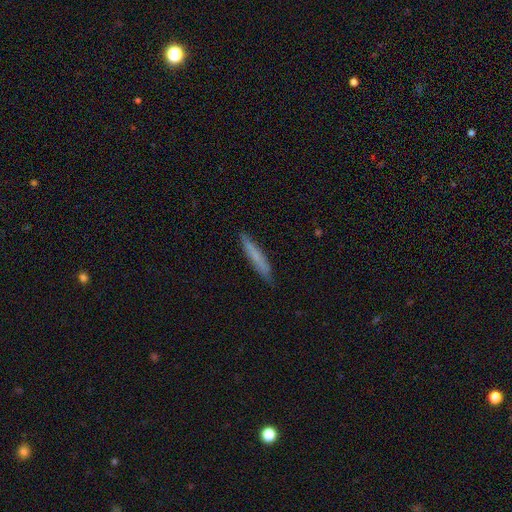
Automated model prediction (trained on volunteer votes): smooth_or_featured: smooth (p=0.69) [alt: featured or disk p=0.24]
how_rounded: cigar-shaped (p=0.95) [alt: in between p=0.04]
merging: none (p=0.89) [alt: minor disturbance p=0.09]